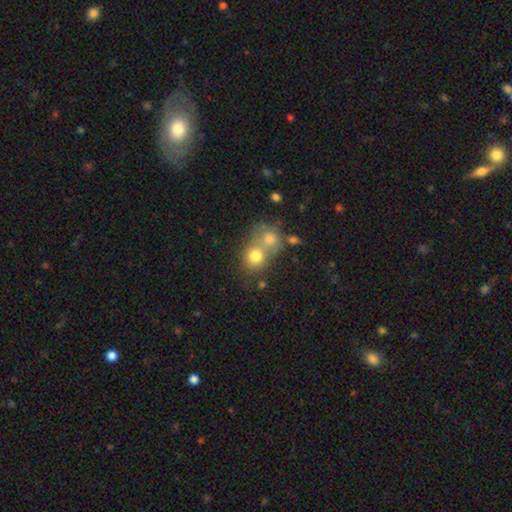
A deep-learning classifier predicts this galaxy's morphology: This is likely a smooth galaxy (74%). How rounded: likely round (73%). Merging: likely merger (61%).